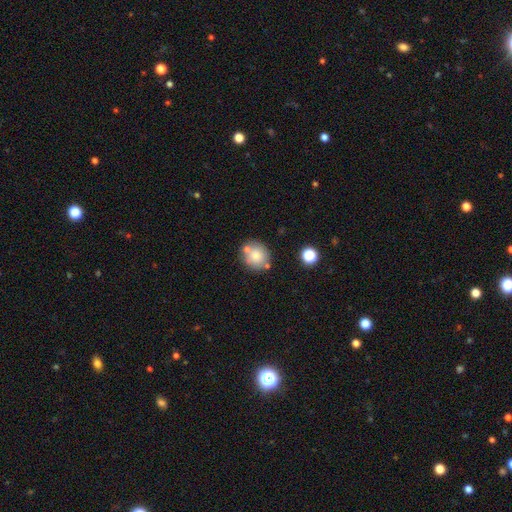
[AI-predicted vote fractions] The model was most divided on "merging": none: 68%, merger: 16%, minor disturbance: 13%, major disturbance: 4%. More confident: how rounded — round (85%); smooth or featured — smooth (75%).